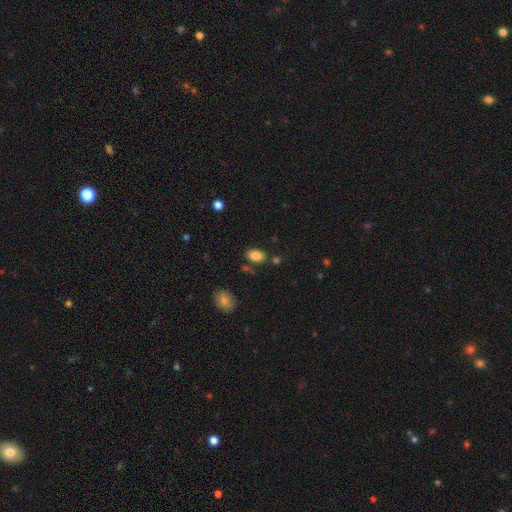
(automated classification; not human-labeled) This appears to be a smooth galaxy with no disk features (86%) that is in between round and cigar-shaped (87%). Merging: none (80%).